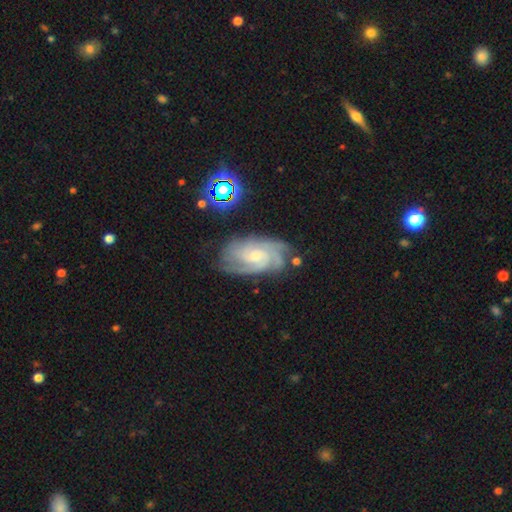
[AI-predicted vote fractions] Smooth or featured? featured or disk (83%)
Edge-on disk? no (96%)
Bar? no (62%)
Spiral arms? yes (97%)
Spiral winding? tight (61%)
Spiral arm count? 3 (28%)
Bulge size? small (55%)
Merging? none (73%)